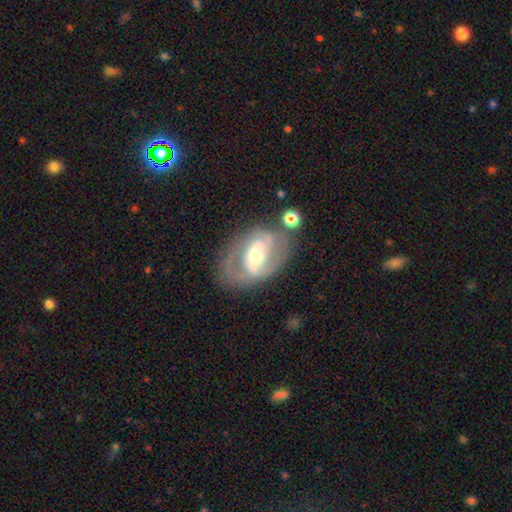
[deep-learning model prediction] A featured or disk galaxy (79%) with a strong bar (38%), 2 (75%) medium (46%) spiral arms (78%) and a moderate central bulge (67%). Merging: none (67%).